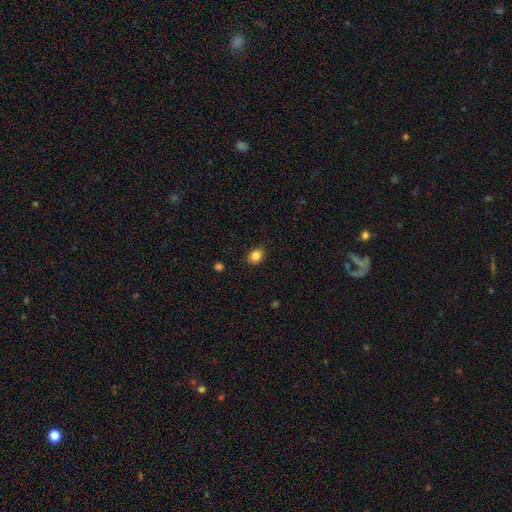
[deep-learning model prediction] Morphology: type=smooth (85%); roundness=in between (55%); merging=none (87%).